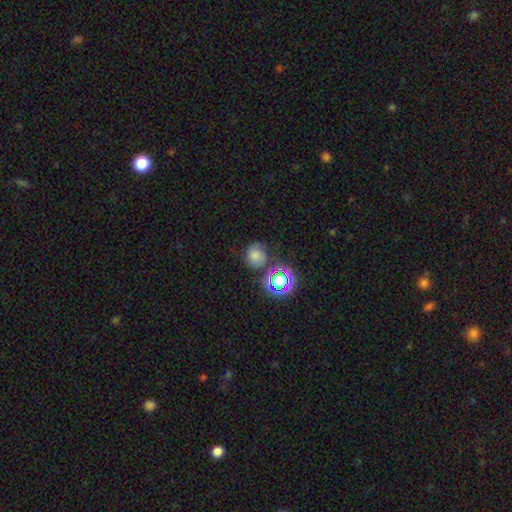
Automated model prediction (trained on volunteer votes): Smooth or featured?
  - smooth: 60% *
  - star or artifact: 21%
  - featured or disk: 20%
How rounded?
  - round: 82% *
  - in between: 17%
  - cigar-shaped: 1%
Merging?
  - none: 59% *
  - minor disturbance: 21%
  - merger: 11%
  - major disturbance: 9%